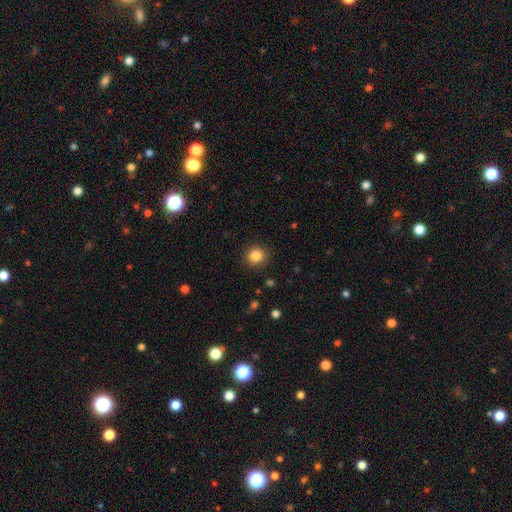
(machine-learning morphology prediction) Smooth or featured: smooth — 85% (star or artifact — 11%)
How rounded: round — 89% (in between — 10%)
Merging: none — 90% (minor disturbance — 6%)